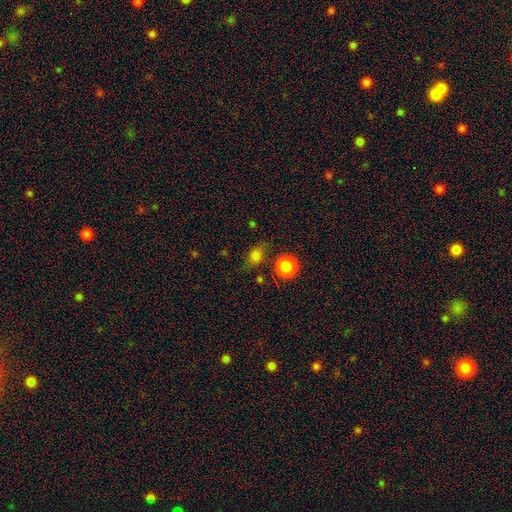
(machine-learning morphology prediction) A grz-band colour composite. It shows a smooth galaxy with no disk features (77%) that is in between round and cigar-shaped (50%). Merging: none (69%).